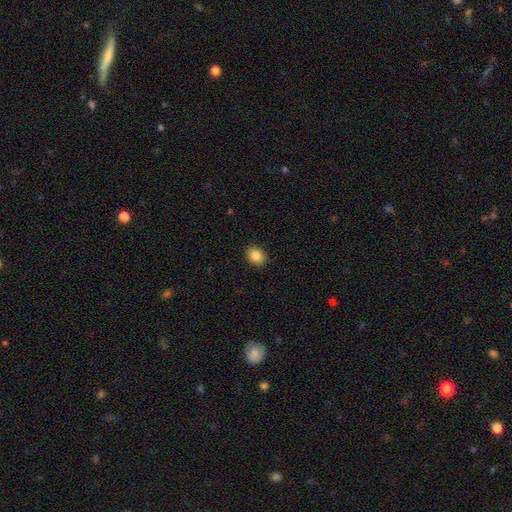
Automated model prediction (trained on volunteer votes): This appears to be a smooth galaxy with no disk features (86%) that is in between round and cigar-shaped (56%). Merging: none (90%).